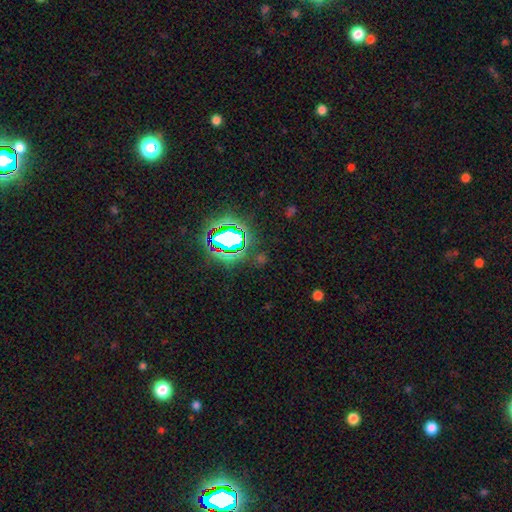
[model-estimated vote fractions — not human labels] A star or artifact, not a galaxy (71%).

Vote fractions:
- Smooth or featured? star or artifact: 71% / smooth: 19% / featured or disk: 10%